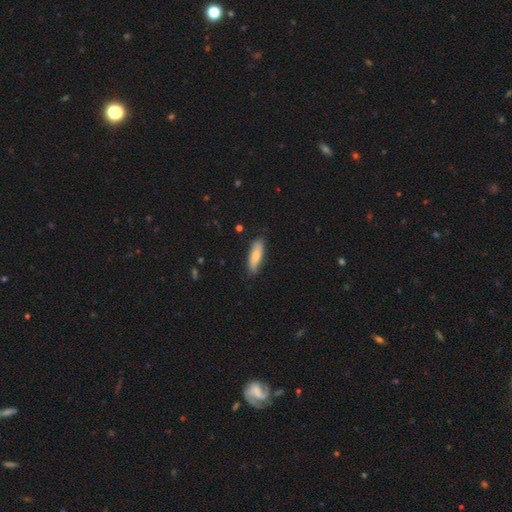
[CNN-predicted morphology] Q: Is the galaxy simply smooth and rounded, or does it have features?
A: smooth — 76%.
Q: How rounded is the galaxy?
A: cigar-shaped — 56%.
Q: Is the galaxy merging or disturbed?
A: none — 83%.